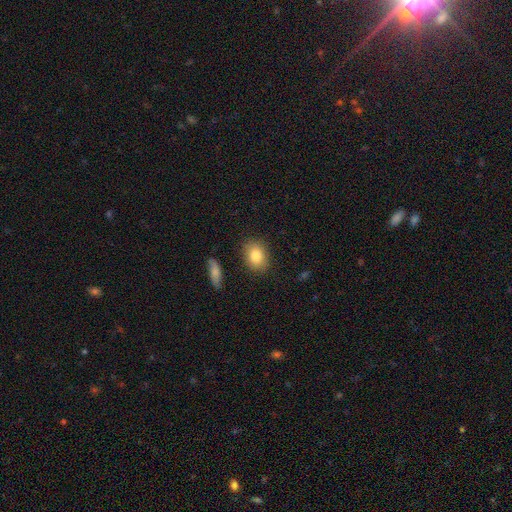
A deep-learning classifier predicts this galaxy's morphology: Smooth or featured? smooth (83%)
How rounded? in between (68%)
Merging? none (84%)